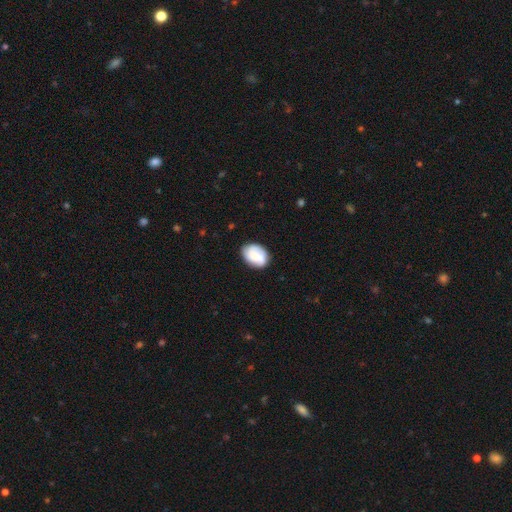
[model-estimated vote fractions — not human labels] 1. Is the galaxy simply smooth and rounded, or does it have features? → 59% smooth, 33% featured or disk, 8% star or artifact.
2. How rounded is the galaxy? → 69% in between, 30% round, 1% cigar-shaped.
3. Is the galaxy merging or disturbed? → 75% none, 18% minor disturbance, 5% major disturbance, 2% merger.